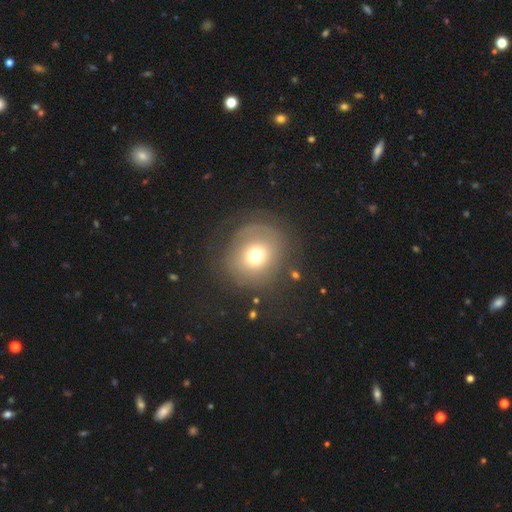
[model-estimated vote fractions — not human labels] Smooth or featured?
  - smooth: 63% *
  - featured or disk: 23%
  - star or artifact: 14%
How rounded?
  - round: 87% *
  - in between: 13%
  - cigar-shaped: 1%
Merging?
  - none: 67% *
  - major disturbance: 16%
  - minor disturbance: 15%
  - merger: 2%